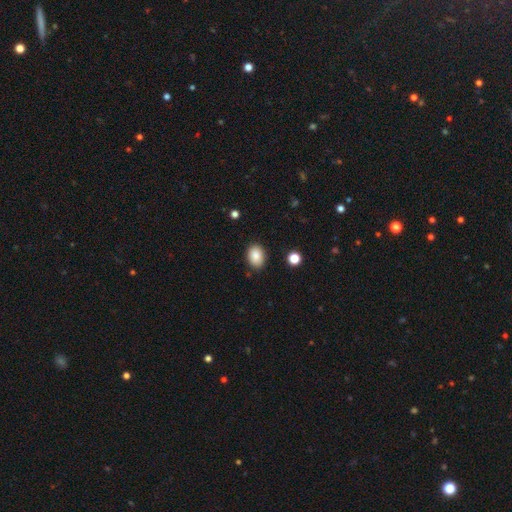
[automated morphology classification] This is clearly a smooth galaxy (87%). How rounded: likely in between (75%). Merging: clearly none (87%).